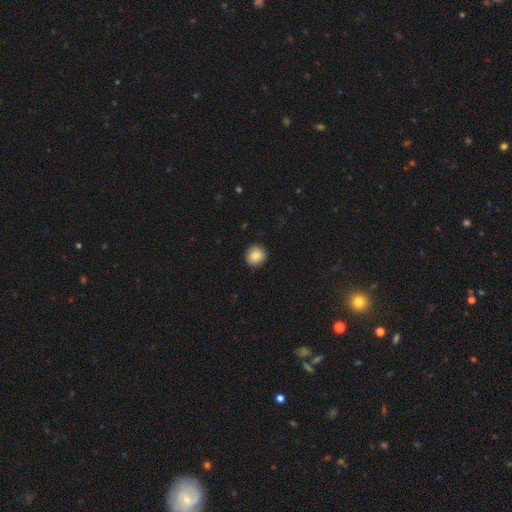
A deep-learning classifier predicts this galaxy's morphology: Smooth or featured: smooth — 85% (star or artifact — 8%)
How rounded: round — 90% (in between — 9%)
Merging: none — 89% (minor disturbance — 8%)